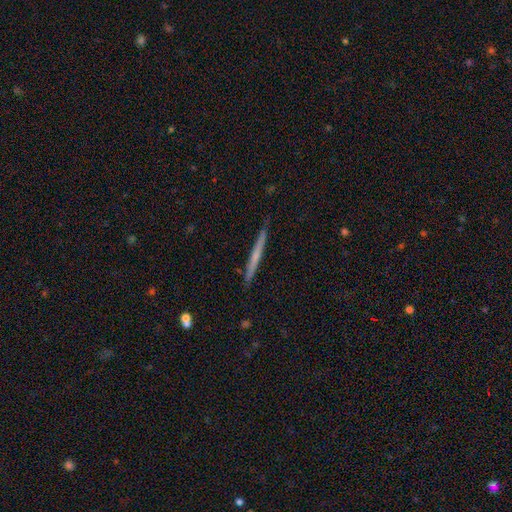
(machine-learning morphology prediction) smooth-or-featured: featured or disk: 50% | smooth: 45% | star or artifact: 5%
  merging: none: 90% | minor disturbance: 8% | major disturbance: 1% | merger: 1%